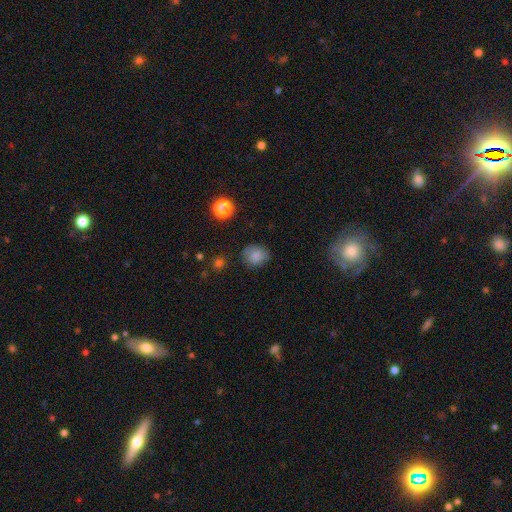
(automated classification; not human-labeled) Q: Smooth or featured?
A: smooth (82%); runner-up: star or artifact (11%)
Q: How rounded?
A: round (69%); runner-up: in between (30%)
Q: Merging?
A: none (75%); runner-up: minor disturbance (18%)